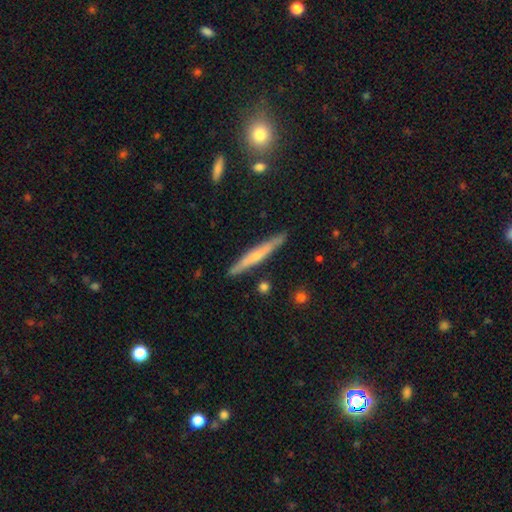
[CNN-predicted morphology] Overall: featured or disk (52%; smooth 42%). Edge-on disk: yes (95%). Merging: none (88%).